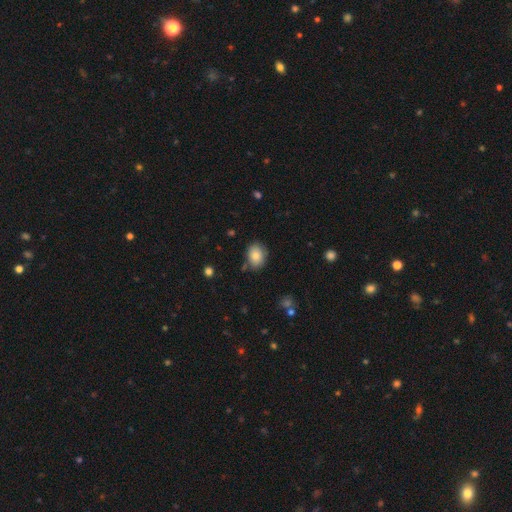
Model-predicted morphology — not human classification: A smooth galaxy with no disk features (83%) that is in between round and cigar-shaped (61%).

Vote fractions:
- Smooth or featured? smooth: 83% / featured or disk: 9% / star or artifact: 8%
- How rounded? in between: 61% / round: 38% / cigar-shaped: 1%
- Merging? none: 77% / minor disturbance: 16% / merger: 4% / major disturbance: 3%